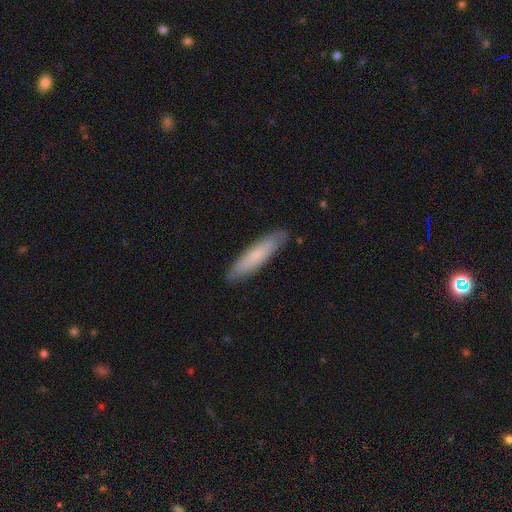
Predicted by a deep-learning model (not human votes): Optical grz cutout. It shows a smooth galaxy with no disk features (72%) that is cigar-shaped (82%). Merging: none (88%).